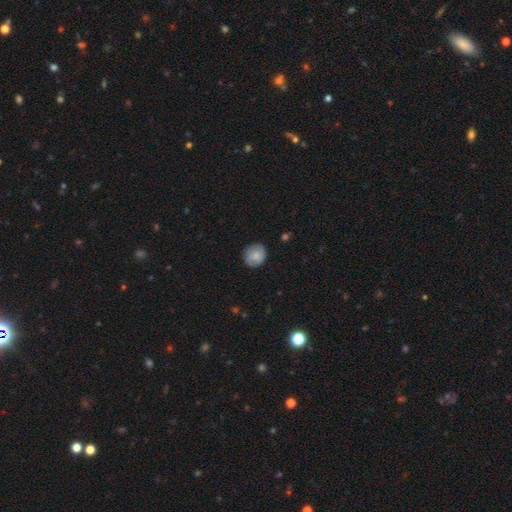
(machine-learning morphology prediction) Overall: smooth (77%). How rounded: round (80%). Merging: none (82%).